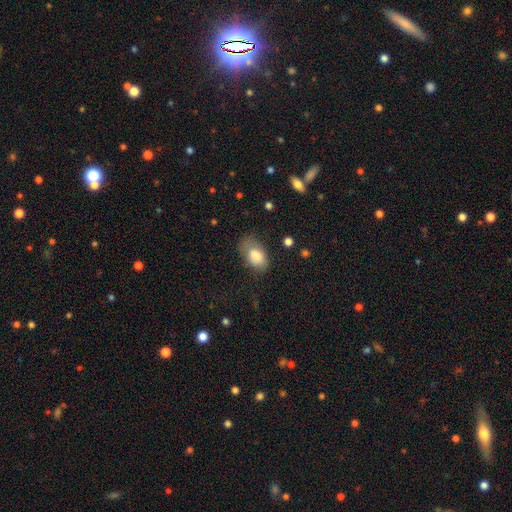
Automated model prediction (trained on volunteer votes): Overall: smooth (80%). How rounded: in between (88%). Merging: none (54%; minor disturbance 30%).